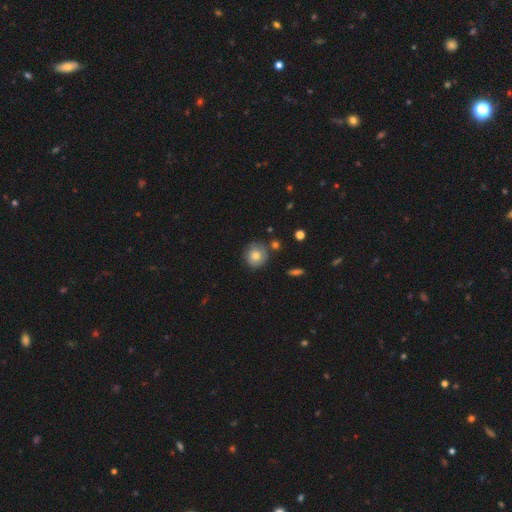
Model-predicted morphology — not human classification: A smooth galaxy with no disk features (75%) that is round (90%). Merging: none (79%).